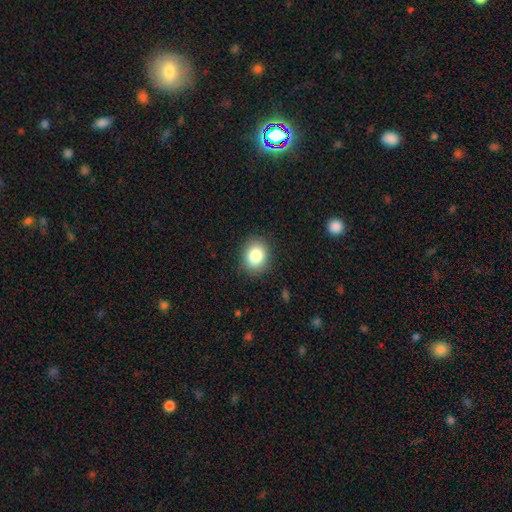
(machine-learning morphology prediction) Smooth or featured: smooth — 83% (star or artifact — 10%)
How rounded: round — 61% (in between — 38%)
Merging: none — 88% (minor disturbance — 8%)